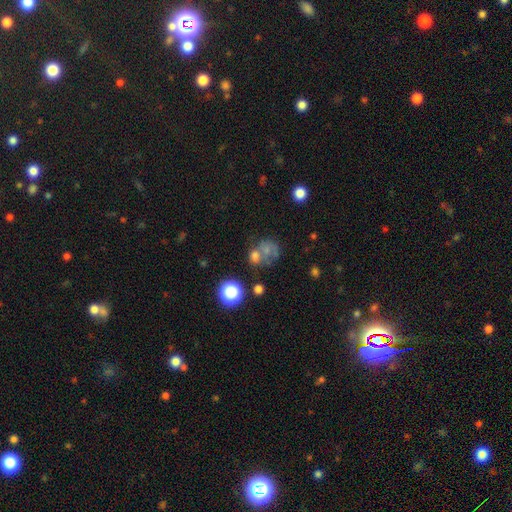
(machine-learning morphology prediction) The model was most divided on "merging": merger: 41%, none: 31%, major disturbance: 15%, minor disturbance: 13%. More confident: how rounded — round (64%); smooth or featured — smooth (58%).